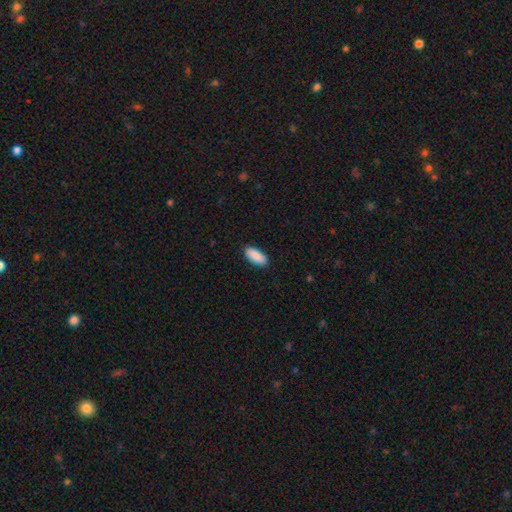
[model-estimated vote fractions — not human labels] The model was most divided on "how rounded": in between: 86%, cigar-shaped: 12%, round: 2%. More confident: smooth or featured — smooth (91%); merging — none (90%).